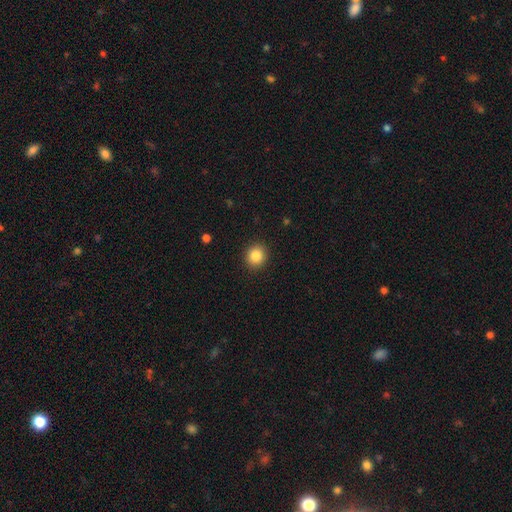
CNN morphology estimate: Q: Smooth or featured?
A: smooth (85%); runner-up: star or artifact (10%)
Q: How rounded?
A: round (87%); runner-up: in between (12%)
Q: Merging?
A: none (91%); runner-up: minor disturbance (6%)